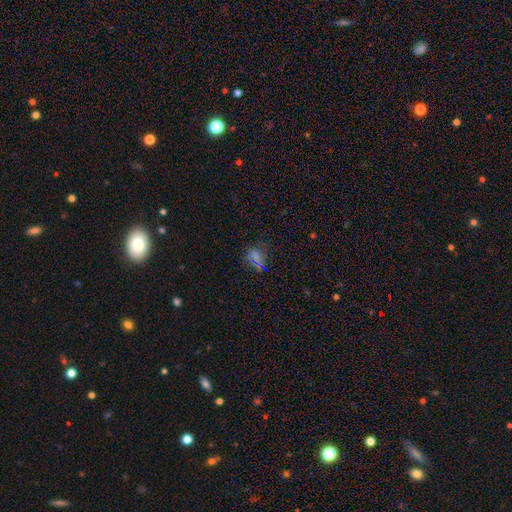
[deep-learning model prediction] Overall: star or artifact (44%; smooth 35%).